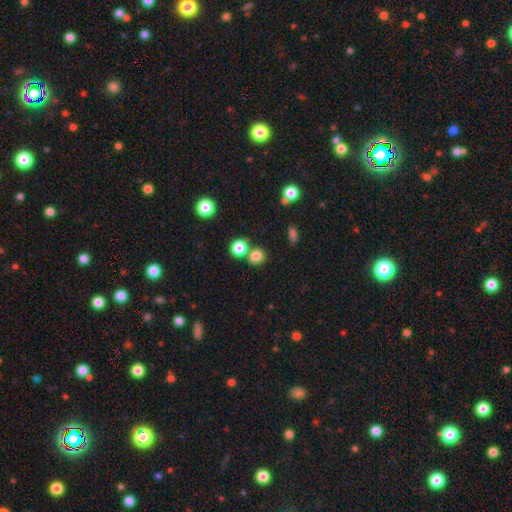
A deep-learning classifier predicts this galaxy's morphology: Q: Smooth or featured?
A: smooth (79%); runner-up: star or artifact (15%)
Q: How rounded?
A: round (86%); runner-up: in between (13%)
Q: Merging?
A: none (69%); runner-up: merger (20%)